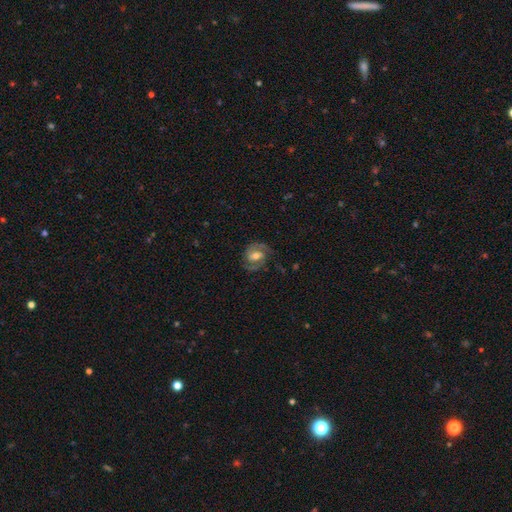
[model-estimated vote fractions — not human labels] Overall: featured or disk (85%). Edge-on disk: no (98%). Bar: weak (46%; no 37%). Spiral arms: yes (97%). Spiral arm count: 2 (91%). Spiral winding: medium (52%; tight 36%). Bulge size: moderate (69%). Merging: none (79%).